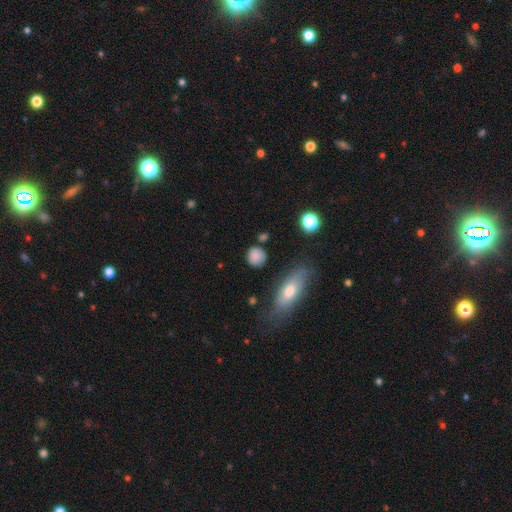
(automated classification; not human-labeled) A smooth galaxy with no disk features (83%) that is round (80%). Merging: none (78%).